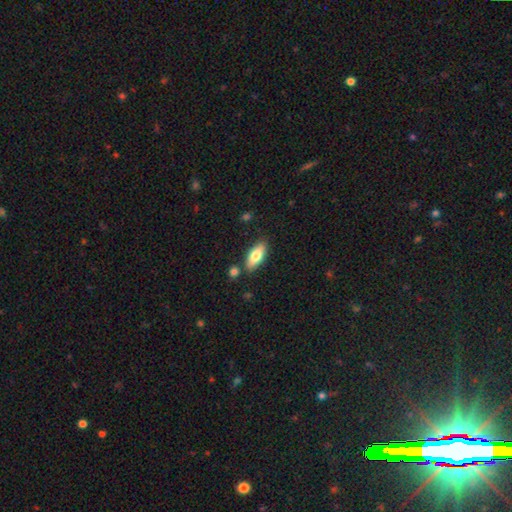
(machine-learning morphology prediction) Smooth or featured? Predicted: smooth (p=0.76). How rounded? Predicted: in between (p=0.80). Merging? Predicted: none (p=0.82).